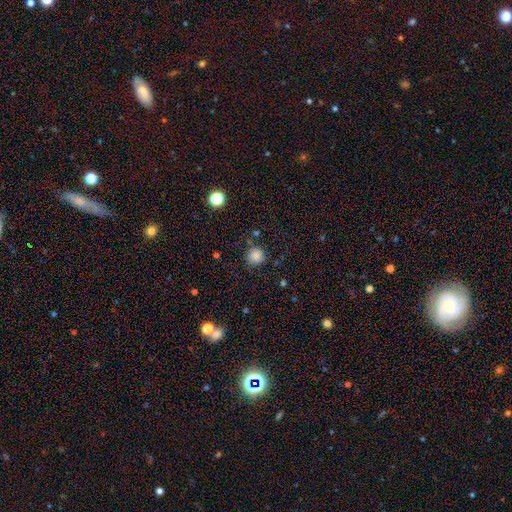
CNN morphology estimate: Smooth or featured: smooth — 84% (star or artifact — 12%)
How rounded: round — 93% (in between — 6%)
Merging: none — 84% (minor disturbance — 10%)